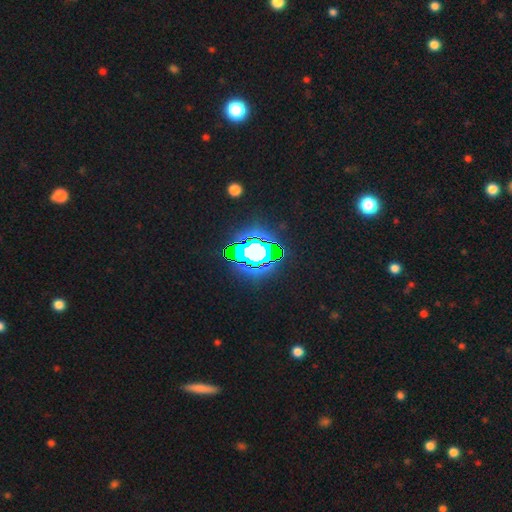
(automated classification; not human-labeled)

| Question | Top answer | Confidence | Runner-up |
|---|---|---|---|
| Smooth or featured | star or artifact | 57% | featured or disk (23%) |